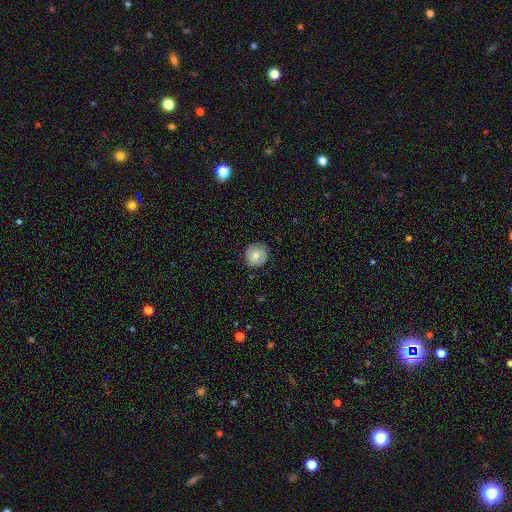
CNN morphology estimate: A smooth galaxy with no disk features (63%) that is round (92%).

Vote fractions:
- Smooth or featured? smooth: 63% / featured or disk: 29% / star or artifact: 8%
- How rounded? round: 92% / in between: 8% / cigar-shaped: 1%
- Merging? none: 86% / minor disturbance: 10% / major disturbance: 3% / merger: 1%